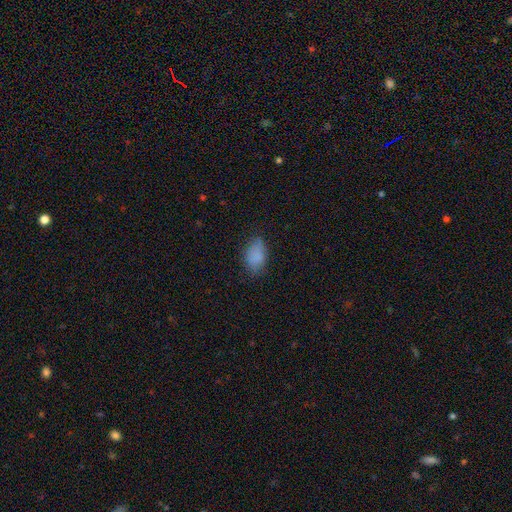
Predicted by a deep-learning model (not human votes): Overall: smooth (82%). How rounded: in between (89%). Merging: none (71%).